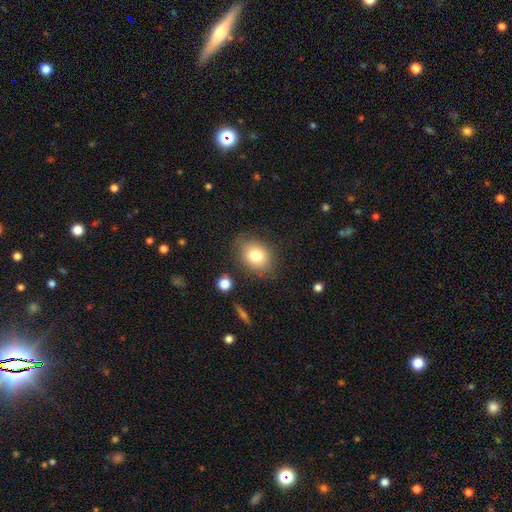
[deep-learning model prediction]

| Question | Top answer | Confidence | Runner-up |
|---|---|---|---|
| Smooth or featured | smooth | 78% | featured or disk (12%) |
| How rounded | in between | 63% | round (36%) |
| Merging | none | 78% | minor disturbance (15%) |